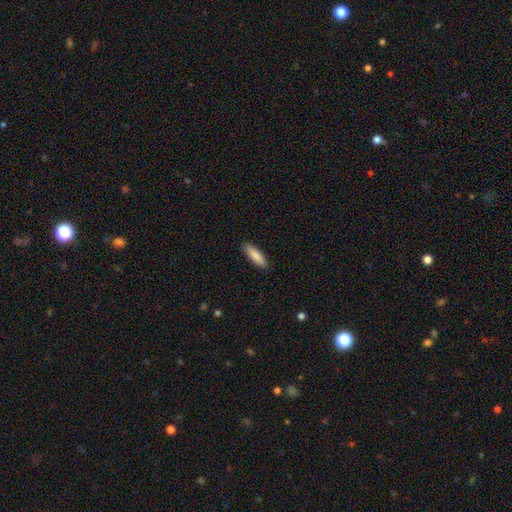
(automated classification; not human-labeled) Smooth or featured? Predicted: smooth (p=0.86). How rounded? Predicted: cigar-shaped (p=0.57). Merging? Predicted: none (p=0.88).